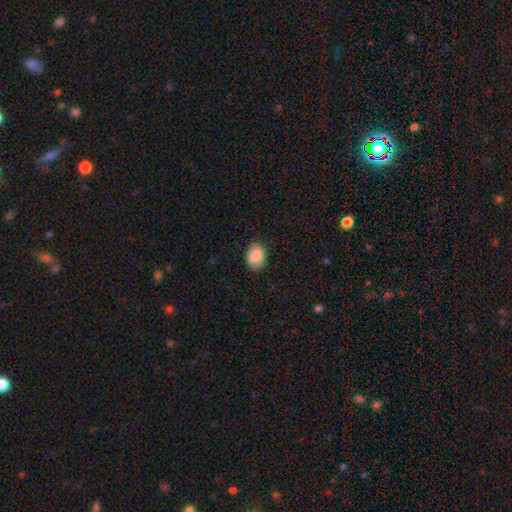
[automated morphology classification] This appears to be a smooth galaxy with no disk features (86%) that is in between round and cigar-shaped (68%). Merging: none (83%).